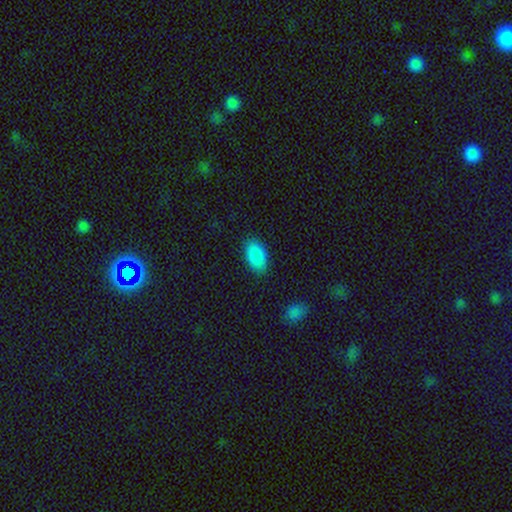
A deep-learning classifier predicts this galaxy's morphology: A smooth galaxy with no disk features (89%) that is in between round and cigar-shaped (94%).

Vote fractions:
- Smooth or featured? smooth: 89% / star or artifact: 7% / featured or disk: 3%
- How rounded? in between: 94% / round: 4% / cigar-shaped: 2%
- Merging? none: 87% / minor disturbance: 10% / major disturbance: 3% / merger: 1%